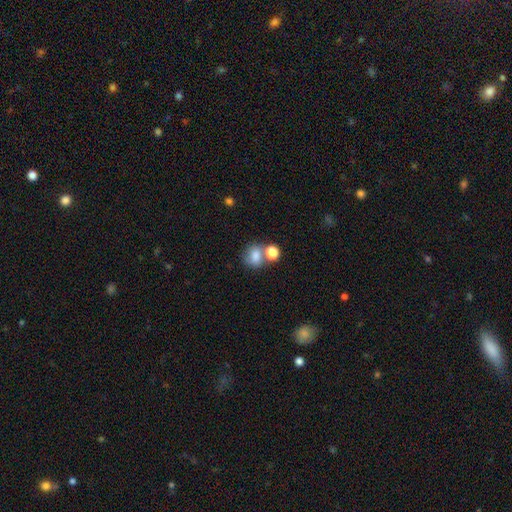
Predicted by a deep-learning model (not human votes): smooth 78%, star or artifact 12%, featured or disk 10%. Down the decision tree: how rounded — round (65%); merging — none (47%).